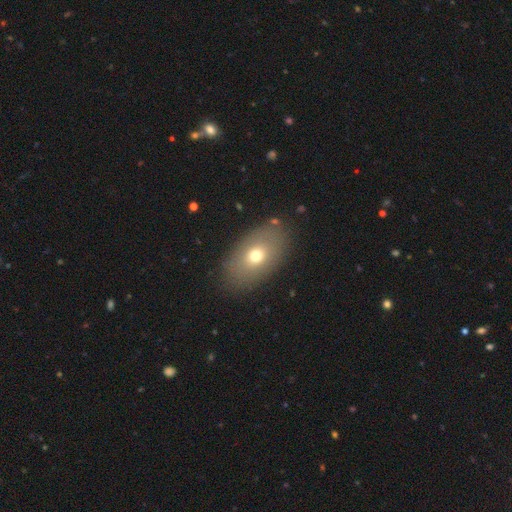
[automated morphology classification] A smooth galaxy with no disk features (68%) that is in between round and cigar-shaped (87%). Merging: none (84%).